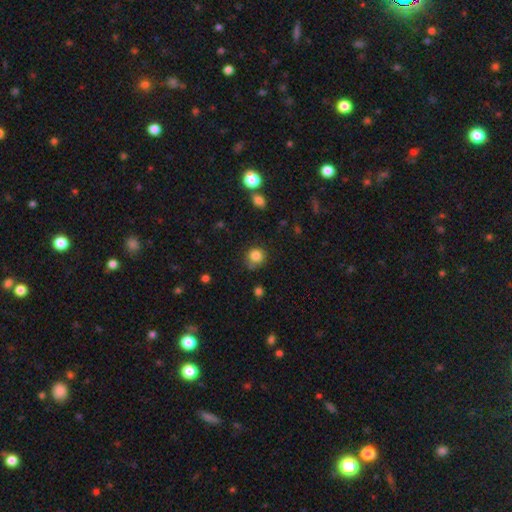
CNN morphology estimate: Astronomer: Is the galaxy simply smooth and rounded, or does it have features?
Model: smooth — 84%.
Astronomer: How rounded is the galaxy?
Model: round — 86%.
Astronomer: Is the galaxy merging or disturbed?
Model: none — 69%.